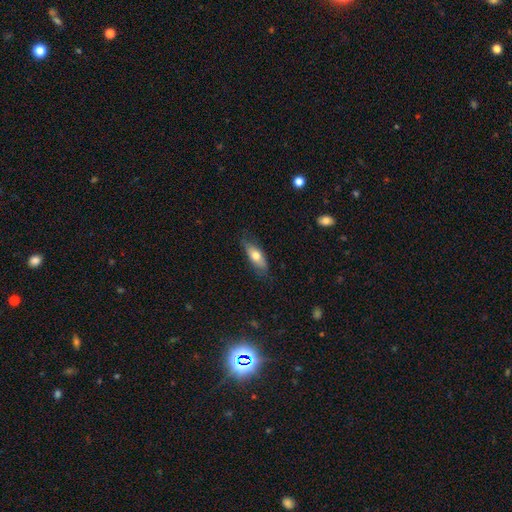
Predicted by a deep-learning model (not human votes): This appears to be a smooth galaxy with no disk features (66%) that is in between round and cigar-shaped (66%). Merging: none (76%).